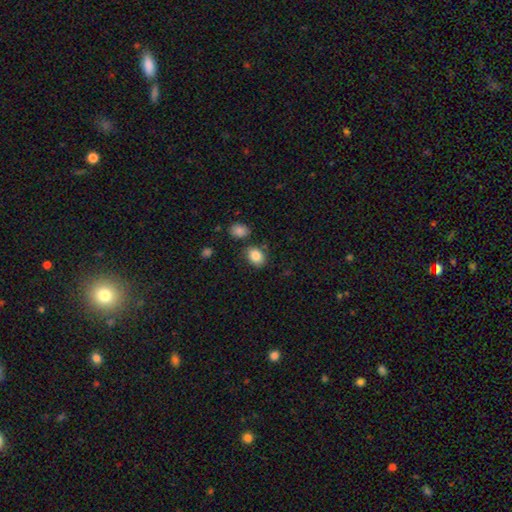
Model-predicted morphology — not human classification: The model was most divided on "how rounded": in between: 63%, round: 36%, cigar-shaped: 1%. More confident: smooth or featured — smooth (86%); merging — none (78%).